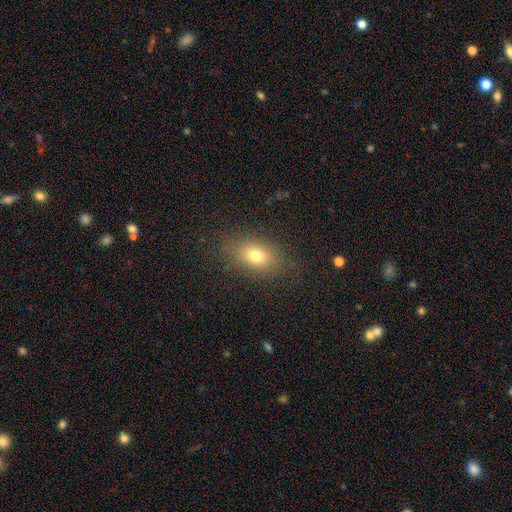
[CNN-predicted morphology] A smooth galaxy with no disk features (75%) that is in between round and cigar-shaped (73%). Merging: none (83%).